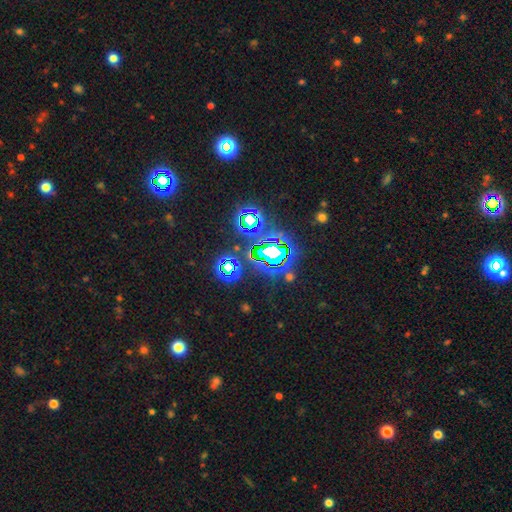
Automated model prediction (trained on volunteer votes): Smooth or featured?
  - star or artifact: 80% *
  - smooth: 11%
  - featured or disk: 9%